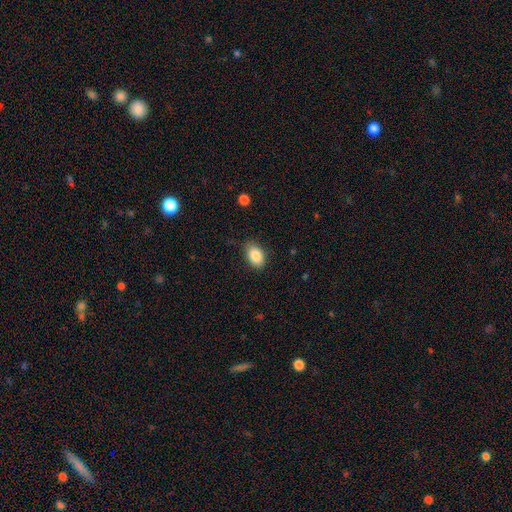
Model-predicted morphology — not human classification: A smooth galaxy with no disk features (86%) that is in between round and cigar-shaped (88%).

Vote fractions:
- Smooth or featured? smooth: 86% / star or artifact: 8% / featured or disk: 6%
- How rounded? in between: 88% / round: 11% / cigar-shaped: 1%
- Merging? none: 81% / minor disturbance: 15% / major disturbance: 3% / merger: 1%